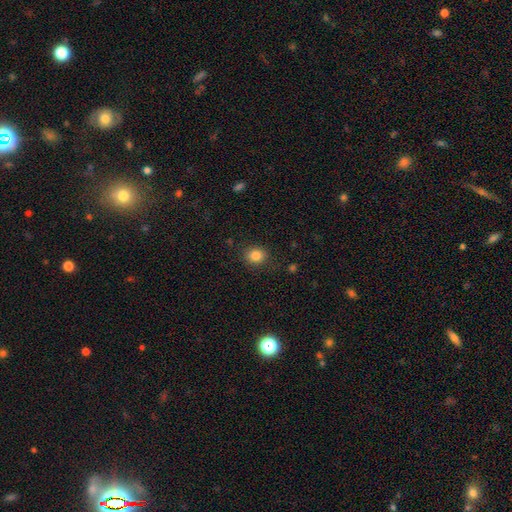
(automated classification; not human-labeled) This appears to be a smooth galaxy with no disk features (84%) that is round (77%). Merging: none (86%).